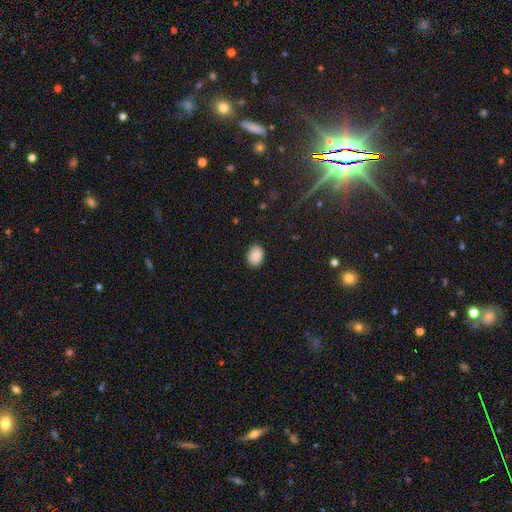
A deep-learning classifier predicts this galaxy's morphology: Smooth or featured: smooth — 89% (star or artifact — 8%)
How rounded: in between — 72% (round — 27%)
Merging: none — 89% (minor disturbance — 8%)